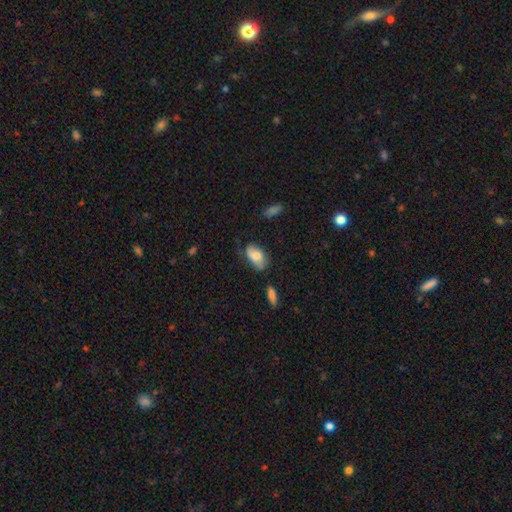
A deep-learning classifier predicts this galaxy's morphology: Overall: smooth (67%). How rounded: in between (92%). Merging: none (53%; minor disturbance 33%).